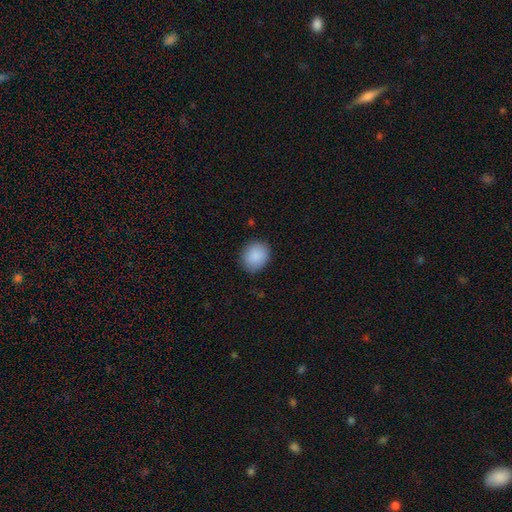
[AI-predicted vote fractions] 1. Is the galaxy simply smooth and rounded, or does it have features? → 89% smooth, 7% star or artifact, 4% featured or disk.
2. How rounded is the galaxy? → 70% round, 29% in between, 1% cigar-shaped.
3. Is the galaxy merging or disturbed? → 85% none, 11% minor disturbance, 3% major disturbance, 1% merger.